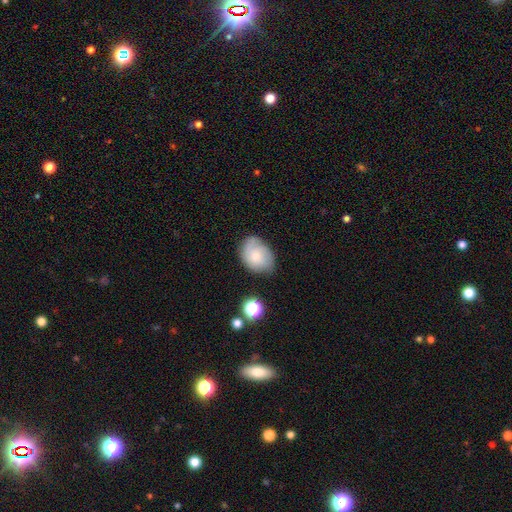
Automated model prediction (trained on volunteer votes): A smooth galaxy with no disk features (57%) that is in between round and cigar-shaped (68%). Merging: none (58%).